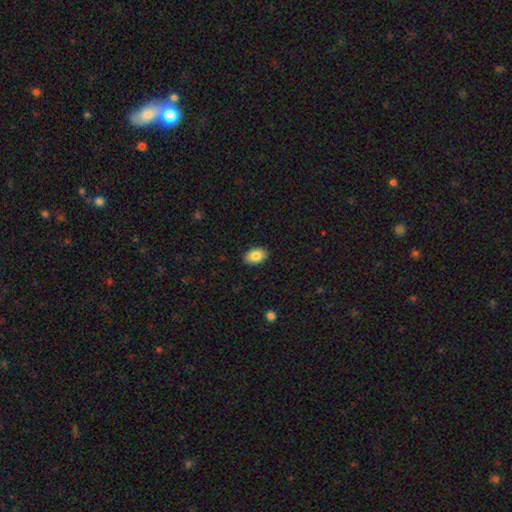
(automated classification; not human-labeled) Smooth or featured: smooth — 85% (featured or disk — 8%)
How rounded: in between — 88% (round — 11%)
Merging: none — 89% (minor disturbance — 8%)